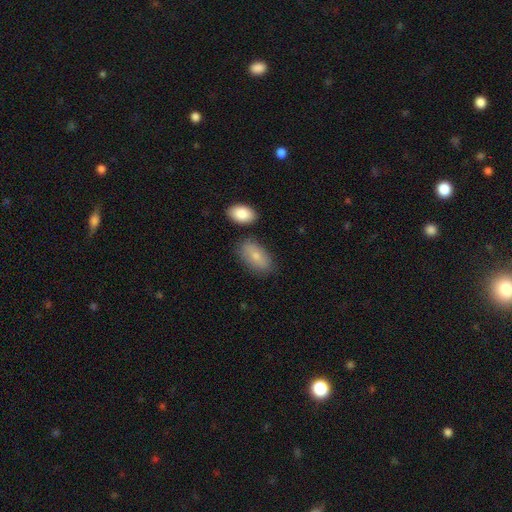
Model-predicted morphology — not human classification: smooth_or_featured: smooth (p=0.76) [alt: featured or disk p=0.17]
how_rounded: in between (p=0.93) [alt: round p=0.04]
merging: none (p=0.72) [alt: minor disturbance p=0.17]